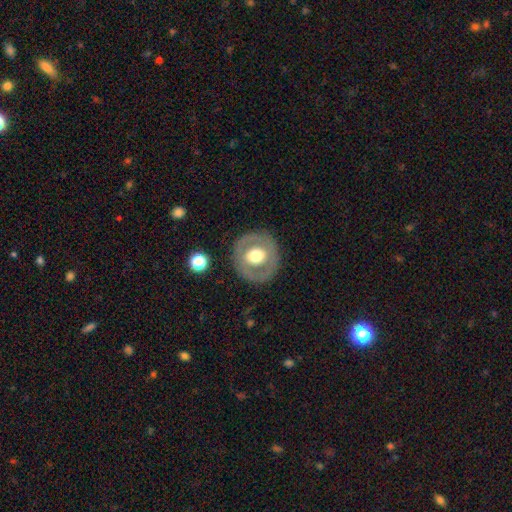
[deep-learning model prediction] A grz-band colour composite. It shows a featured or disk galaxy (53%) with no bar (70%), no spiral arms (83%) and a moderate central bulge (56%). Merging: none (85%).